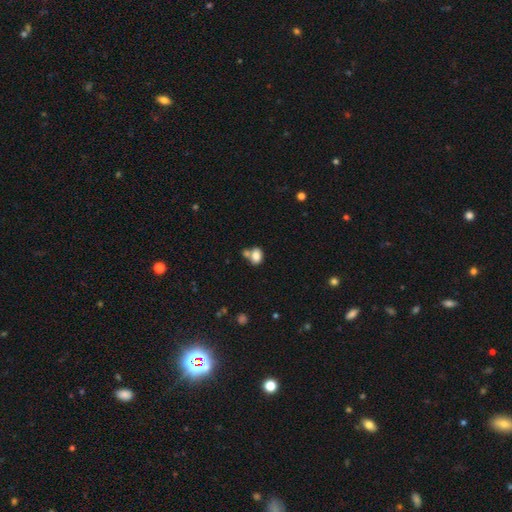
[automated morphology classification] Smooth or featured? smooth (82%)
How rounded? in between (73%)
Merging? none (44%)